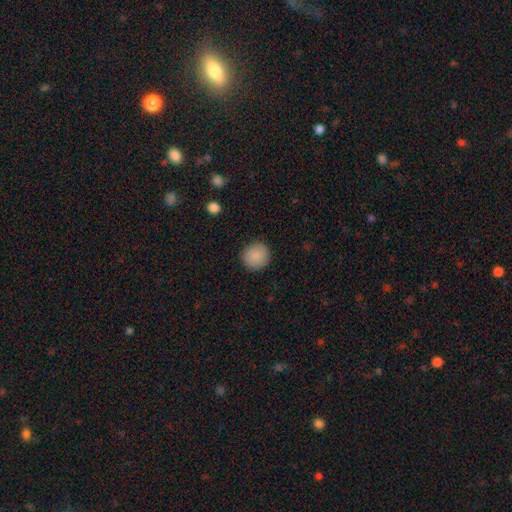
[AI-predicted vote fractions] Overall: smooth (89%). How rounded: round (91%). Merging: none (90%).